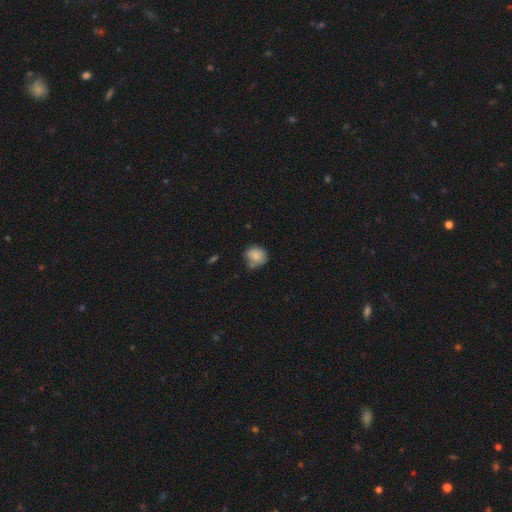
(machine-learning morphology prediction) A smooth galaxy with no disk features (83%) that is round (80%). Merging: none (59%).